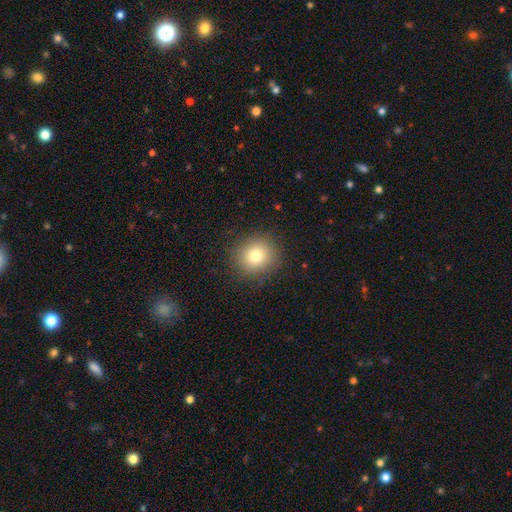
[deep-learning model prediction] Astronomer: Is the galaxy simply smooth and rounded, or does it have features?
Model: smooth — 79%.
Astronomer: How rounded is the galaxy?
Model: round — 86%.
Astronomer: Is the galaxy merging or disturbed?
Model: none — 88%.